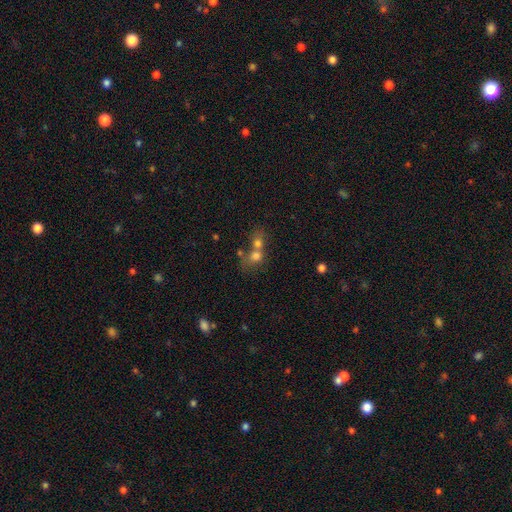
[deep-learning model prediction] This is likely a smooth galaxy (68%). How rounded: likely round (64%). Merging: likely merger (65%).